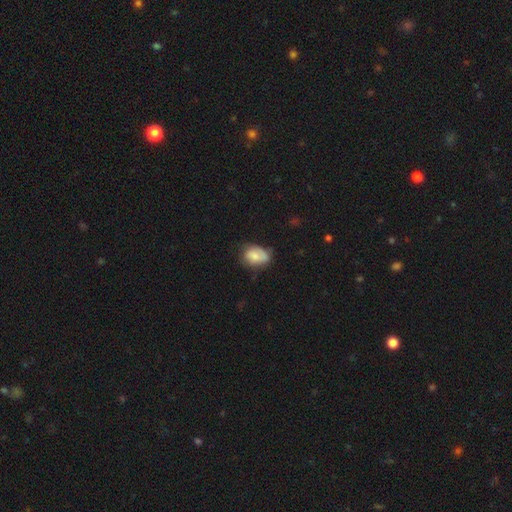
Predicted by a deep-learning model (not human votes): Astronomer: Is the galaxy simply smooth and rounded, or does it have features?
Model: smooth — 73%.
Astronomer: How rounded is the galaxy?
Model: in between — 81%.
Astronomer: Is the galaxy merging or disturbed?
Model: none — 47% (runner-up: minor disturbance, 37%).